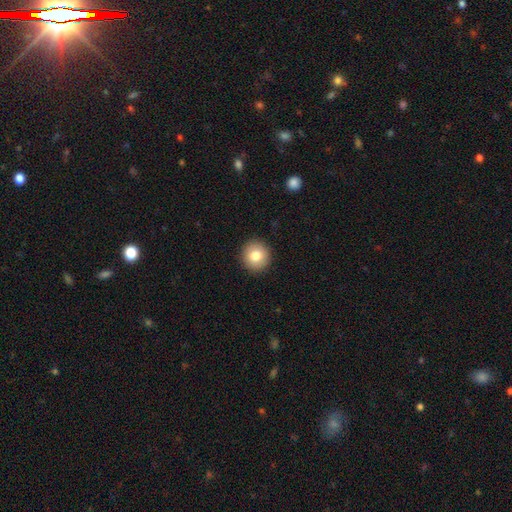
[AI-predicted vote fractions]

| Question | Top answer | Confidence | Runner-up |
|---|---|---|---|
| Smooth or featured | smooth | 80% | featured or disk (11%) |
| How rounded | round | 93% | in between (6%) |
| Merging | none | 93% | minor disturbance (5%) |